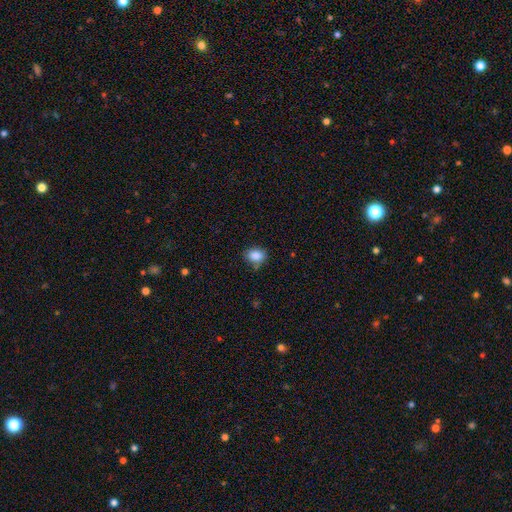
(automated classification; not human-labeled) smooth 86%, star or artifact 9%, featured or disk 5%. Down the decision tree: how rounded — in between (60%); merging — none (68%).